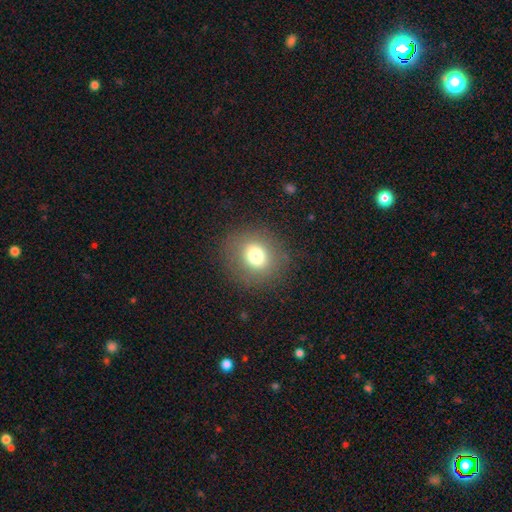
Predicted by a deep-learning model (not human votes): The model was most divided on "smooth or featured": smooth: 74%, star or artifact: 14%, featured or disk: 12%. More confident: merging — none (86%); how rounded — round (83%).